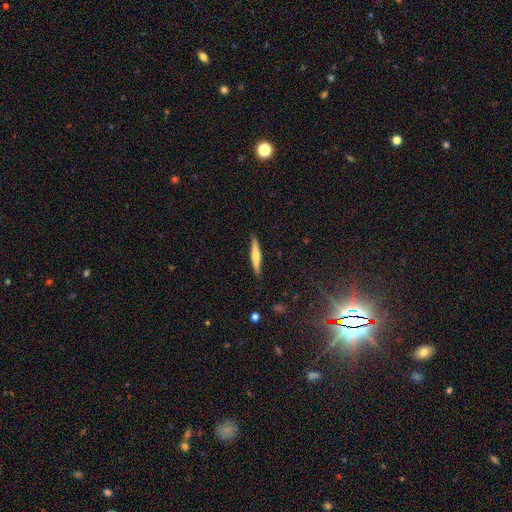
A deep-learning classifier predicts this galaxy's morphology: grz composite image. It shows a featured or disk galaxy (53%) viewed edge-on (96%) with a rounded central bulge (84%). Merging: none (89%).